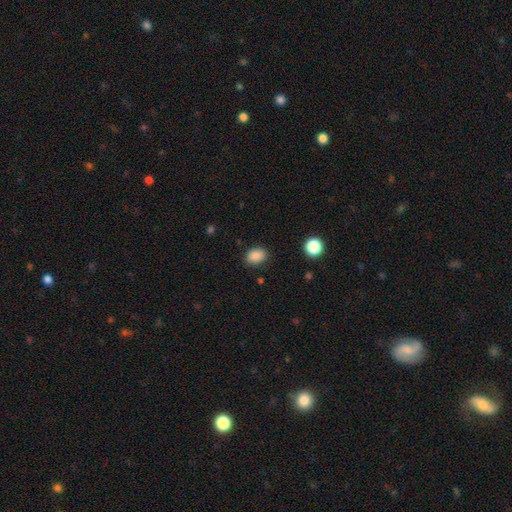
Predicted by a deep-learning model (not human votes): Q: Smooth or featured?
A: smooth (87%); runner-up: star or artifact (10%)
Q: How rounded?
A: in between (67%); runner-up: round (32%)
Q: Merging?
A: none (84%); runner-up: minor disturbance (11%)